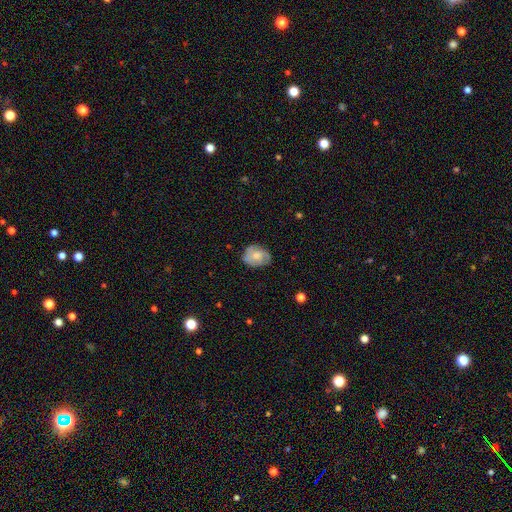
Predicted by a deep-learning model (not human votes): Overall: smooth (54%; featured or disk 39%). How rounded: in between (55%; round 43%). Merging: none (69%).